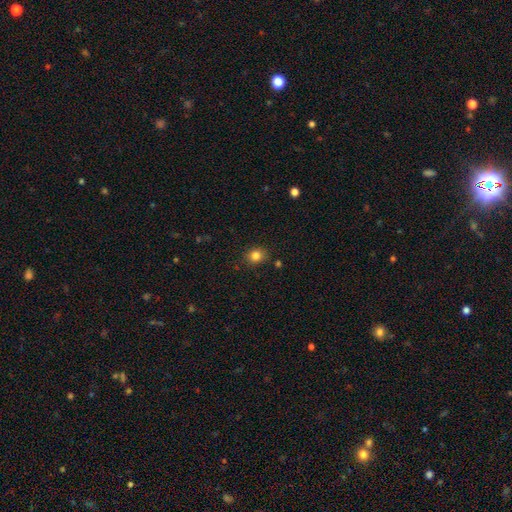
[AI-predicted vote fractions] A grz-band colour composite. It shows a smooth galaxy with no disk features (82%) that is round (66%). Merging: none (85%).